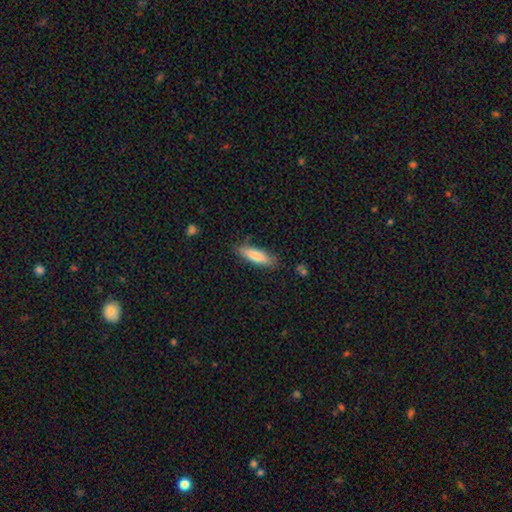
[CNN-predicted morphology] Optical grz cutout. It shows a smooth galaxy with no disk features (78%) that is cigar-shaped (61%). Merging: none (84%).